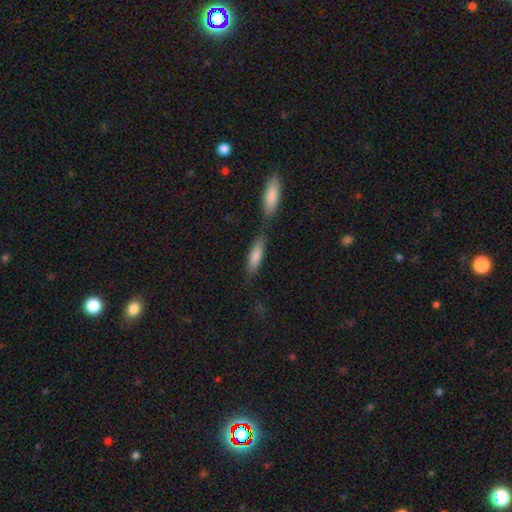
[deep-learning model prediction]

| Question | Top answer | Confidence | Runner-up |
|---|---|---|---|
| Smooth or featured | smooth | 82% | featured or disk (12%) |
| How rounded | cigar-shaped | 56% | in between (42%) |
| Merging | none | 61% | merger (20%) |